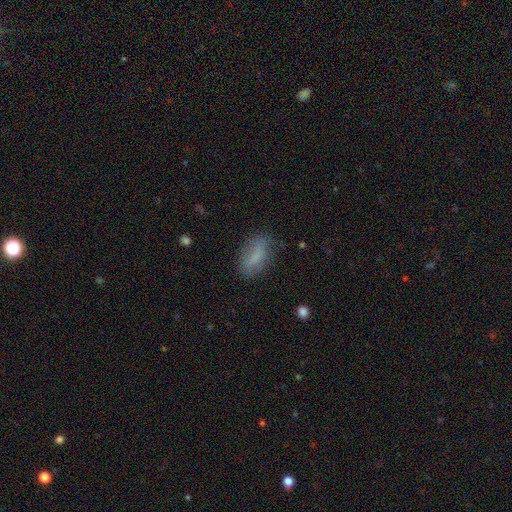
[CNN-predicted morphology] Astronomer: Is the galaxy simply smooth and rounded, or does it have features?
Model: smooth — 72%.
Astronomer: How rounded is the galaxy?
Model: in between — 77%.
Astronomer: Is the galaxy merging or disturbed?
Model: none — 72%.